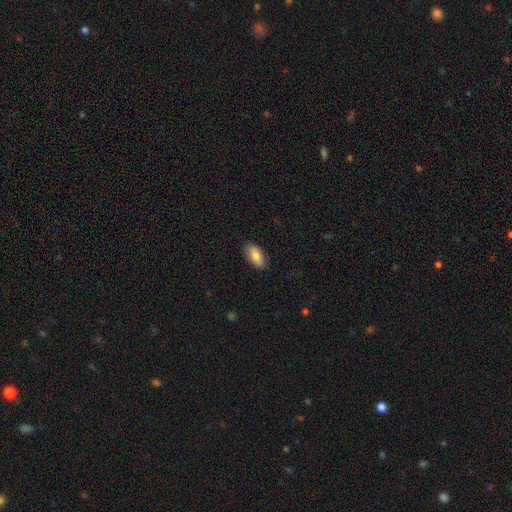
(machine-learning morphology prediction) This appears to be a smooth galaxy with no disk features (82%) that is in between round and cigar-shaped (90%). Merging: none (86%).